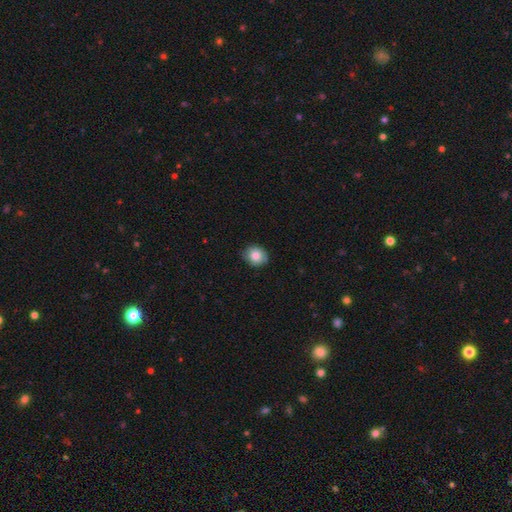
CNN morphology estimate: type=smooth (82%); roundness=round (75%); merging=none (81%).